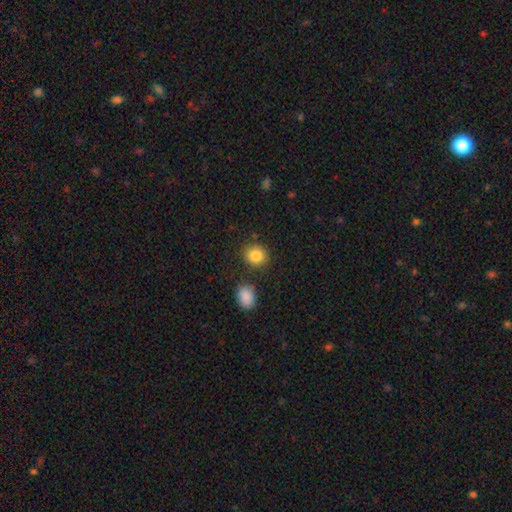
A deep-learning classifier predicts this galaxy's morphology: A smooth galaxy with no disk features (86%) that is round (78%).

Vote fractions:
- Smooth or featured? smooth: 86% / star or artifact: 9% / featured or disk: 5%
- How rounded? round: 78% / in between: 21% / cigar-shaped: 1%
- Merging? none: 82% / minor disturbance: 9% / merger: 6% / major disturbance: 3%